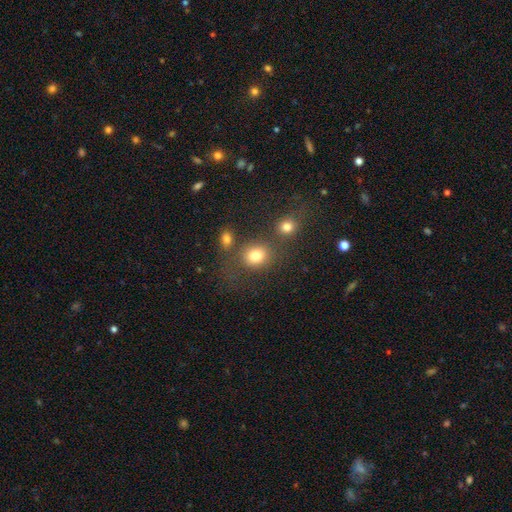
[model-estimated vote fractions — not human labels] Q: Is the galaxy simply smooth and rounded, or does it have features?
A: smooth — 79%.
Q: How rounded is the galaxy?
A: round — 69%.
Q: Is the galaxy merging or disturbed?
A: none — 61%.